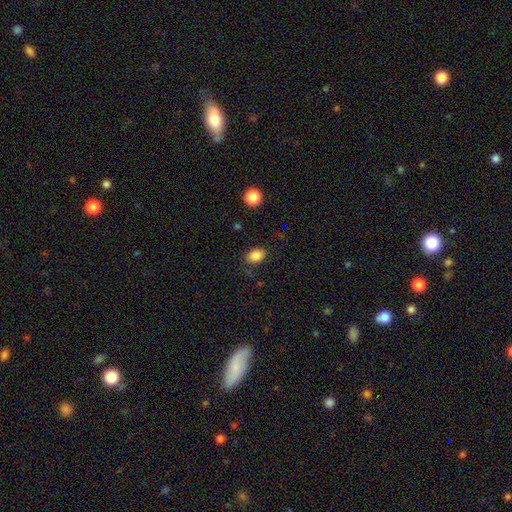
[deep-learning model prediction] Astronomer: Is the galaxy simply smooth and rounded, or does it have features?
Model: smooth — 85%.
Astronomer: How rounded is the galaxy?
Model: in between — 79%.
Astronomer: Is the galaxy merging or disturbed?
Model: none — 79%.